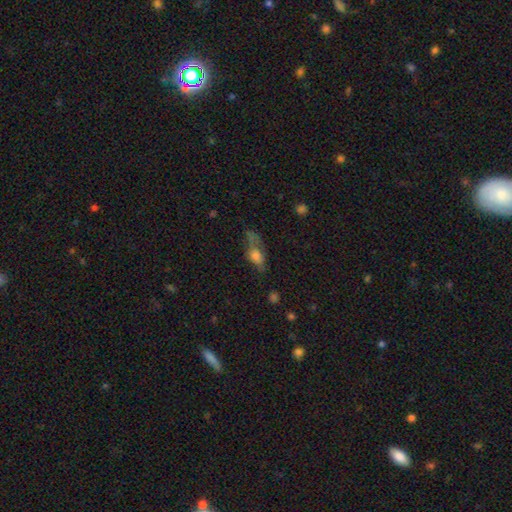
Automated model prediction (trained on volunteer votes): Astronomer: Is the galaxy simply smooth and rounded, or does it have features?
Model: smooth — 61%.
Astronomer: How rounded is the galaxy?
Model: in between — 70%.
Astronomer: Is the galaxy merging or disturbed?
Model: none — 35% (runner-up: major disturbance, 31%).